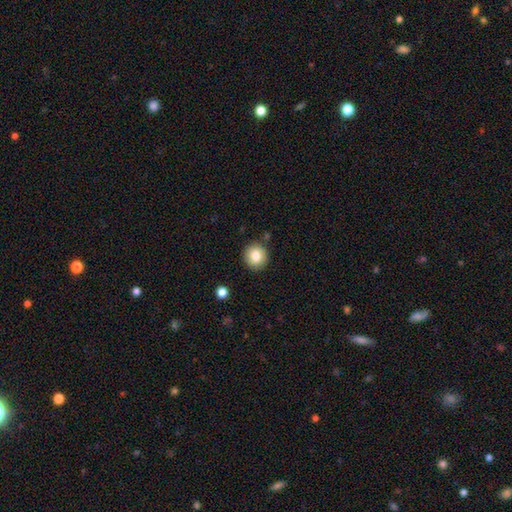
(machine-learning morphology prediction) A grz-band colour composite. It shows a smooth galaxy with no disk features (81%) that is round (92%). Merging: none (88%).